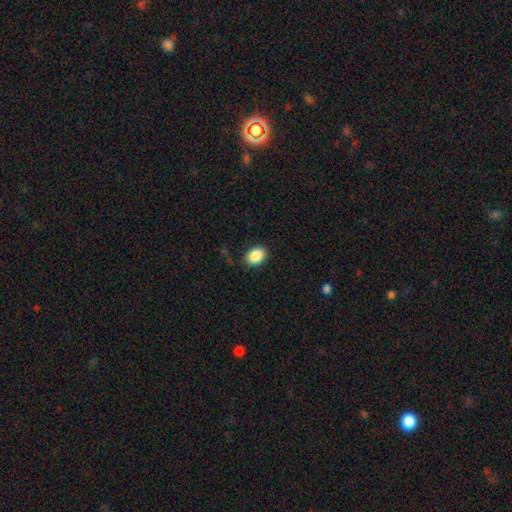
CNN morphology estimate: This appears to be a smooth galaxy with no disk features (89%) that is in between round and cigar-shaped (76%). Merging: none (86%).